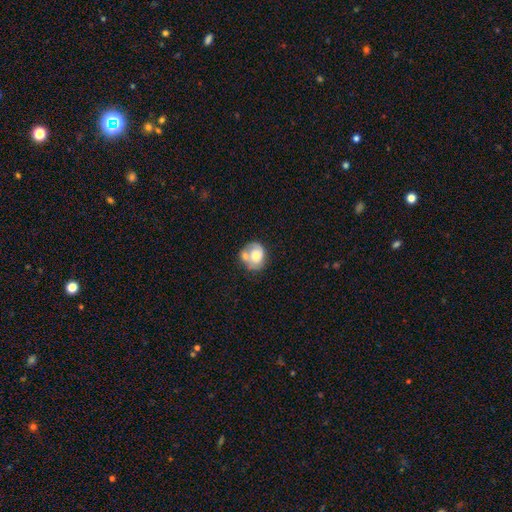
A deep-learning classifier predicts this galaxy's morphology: A smooth galaxy with no disk features (59%) that is round (56%).

Vote fractions:
- Smooth or featured? smooth: 59% / featured or disk: 34% / star or artifact: 7%
- How rounded? round: 56% / in between: 43% / cigar-shaped: 1%
- Merging? merger: 42% / none: 32% / minor disturbance: 17% / major disturbance: 9%